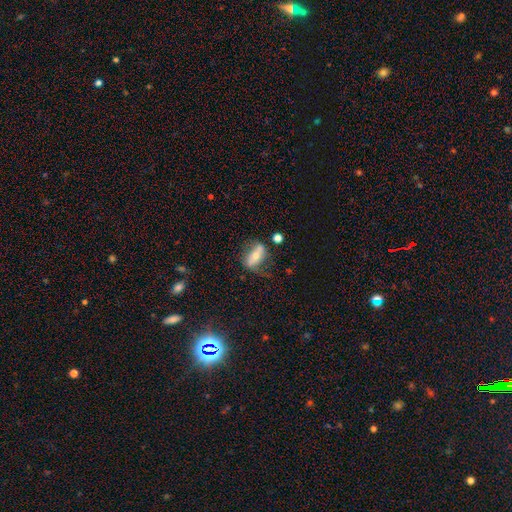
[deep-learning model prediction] featured or disk 53%, smooth 38%, star or artifact 8%. Down the decision tree: edge-on disk — no (78%); merging — none (53%).